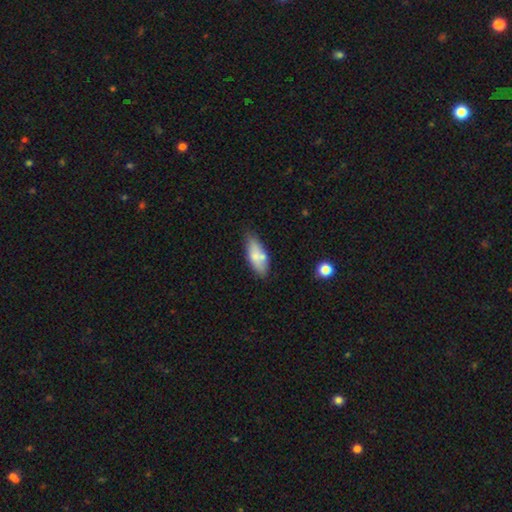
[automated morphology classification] A smooth galaxy with no disk features (71%) that is in between round and cigar-shaped (74%). Merging: none (63%).